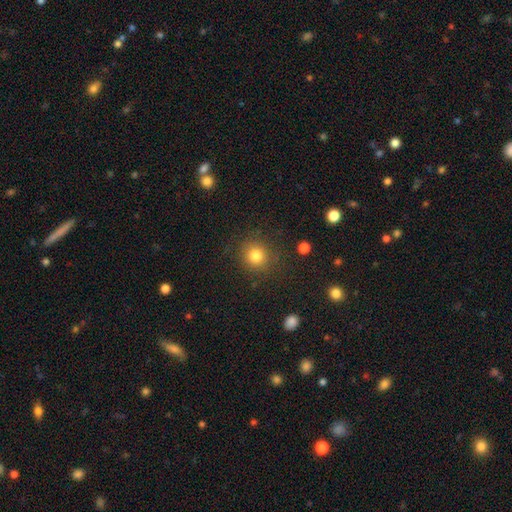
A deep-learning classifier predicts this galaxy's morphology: Smooth or featured? smooth (81%)
How rounded? round (88%)
Merging? none (85%)